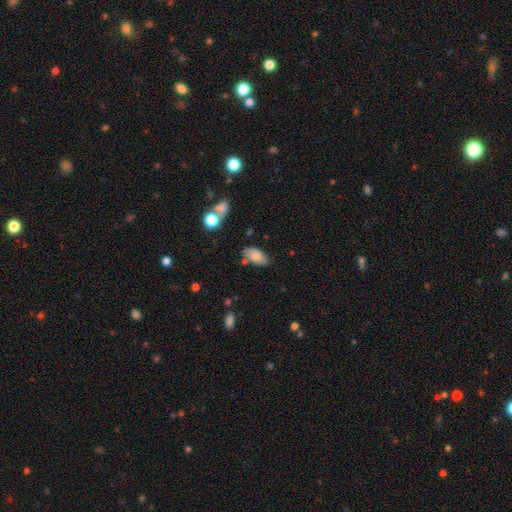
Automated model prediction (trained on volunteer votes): Smooth or featured?
  - smooth: 81% *
  - featured or disk: 11%
  - star or artifact: 8%
How rounded?
  - in between: 93% *
  - round: 4%
  - cigar-shaped: 3%
Merging?
  - none: 68% *
  - minor disturbance: 20%
  - merger: 8%
  - major disturbance: 5%